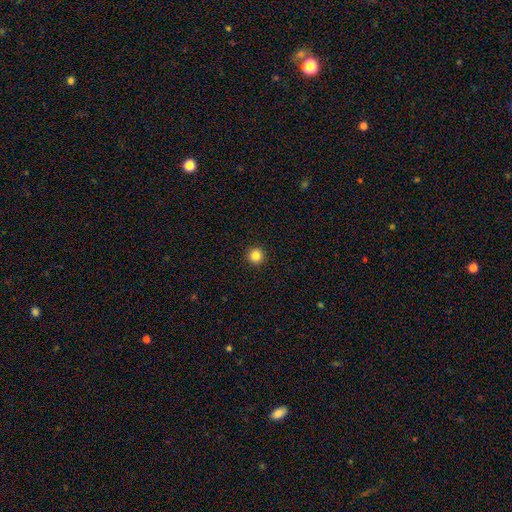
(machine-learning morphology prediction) A smooth galaxy with no disk features (85%) that is round (96%). Merging: none (94%).